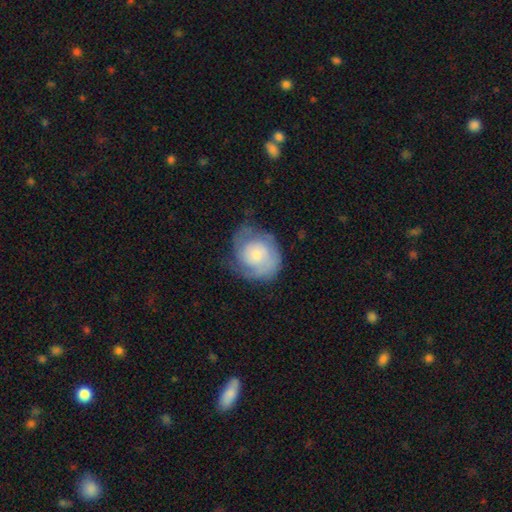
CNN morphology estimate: The model was most divided on "bulge size": small: 58%, moderate: 32%, large: 5%, none: 3%, dominant: 2%. More confident: edge-on disk — no (97%); spiral arms — yes (84%); bar — no (80%); smooth or featured — featured or disk (61%); merging — none (59%).